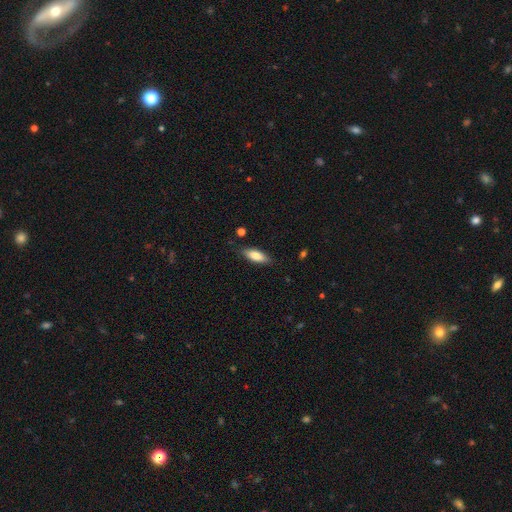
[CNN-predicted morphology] Q: Smooth or featured?
A: smooth (78%); runner-up: featured or disk (16%)
Q: How rounded?
A: in between (67%); runner-up: cigar-shaped (31%)
Q: Merging?
A: none (83%); runner-up: minor disturbance (13%)